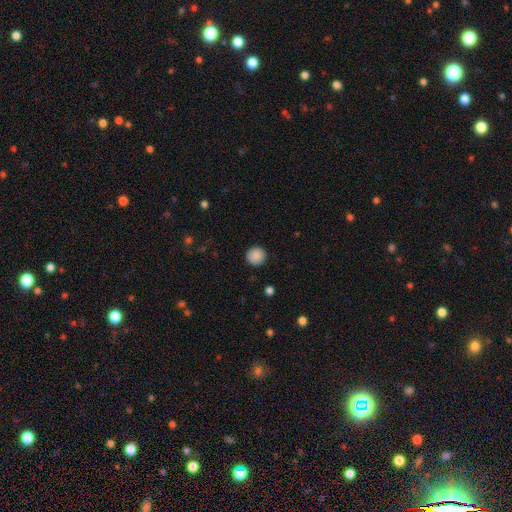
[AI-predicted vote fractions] Morphology: type=smooth (88%); roundness=round (95%); merging=none (91%).